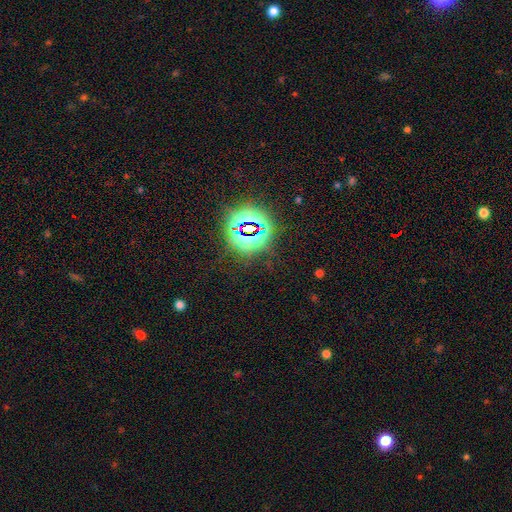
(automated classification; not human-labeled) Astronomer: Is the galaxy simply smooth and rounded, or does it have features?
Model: star or artifact — 84%.